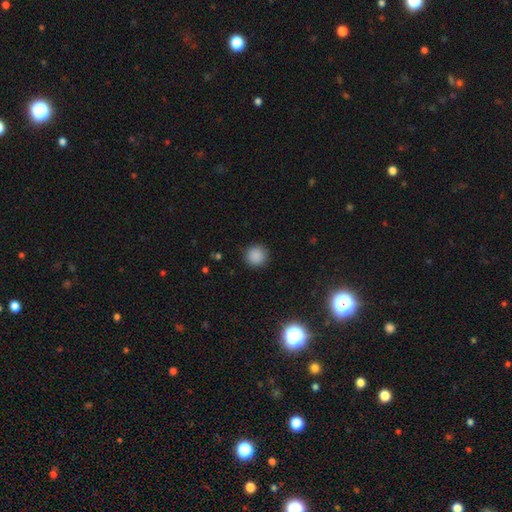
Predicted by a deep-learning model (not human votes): The model was most divided on "smooth or featured": smooth: 86%, star or artifact: 11%, featured or disk: 3%. More confident: how rounded — round (94%); merging — none (90%).